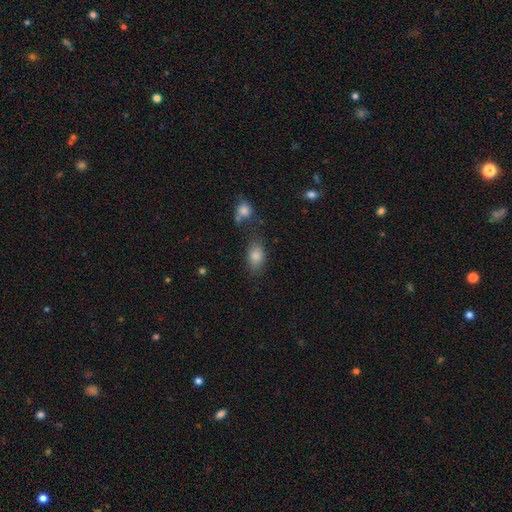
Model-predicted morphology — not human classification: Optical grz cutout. It shows a smooth galaxy with no disk features (81%) that is in between round and cigar-shaped (85%). Merging: none (72%).